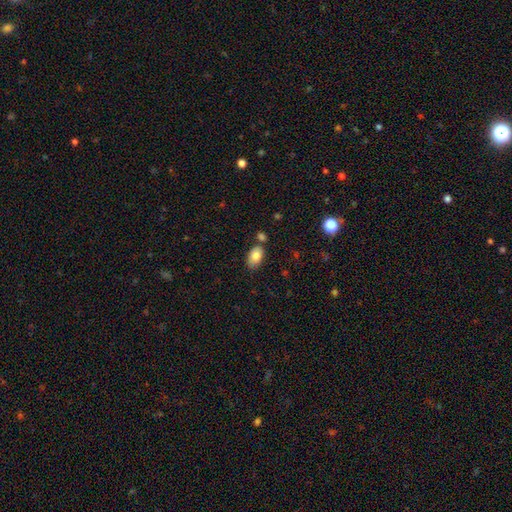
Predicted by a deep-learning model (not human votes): The model was most divided on "merging": none: 70%, minor disturbance: 15%, merger: 12%, major disturbance: 3%. More confident: how rounded — in between (91%); smooth or featured — smooth (80%).